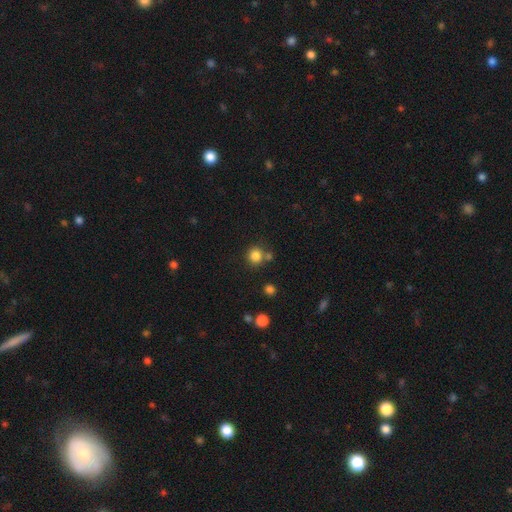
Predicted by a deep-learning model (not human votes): This appears to be a smooth galaxy with no disk features (82%) that is round (90%). Merging: none (71%).